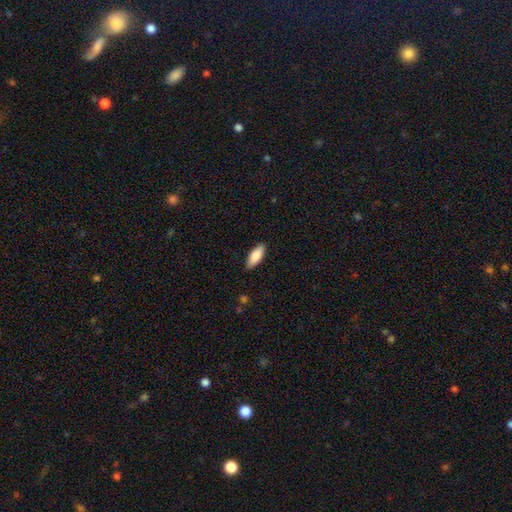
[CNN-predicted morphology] This is clearly a smooth galaxy (85%). How rounded: clearly in between (80%). Merging: clearly none (87%).